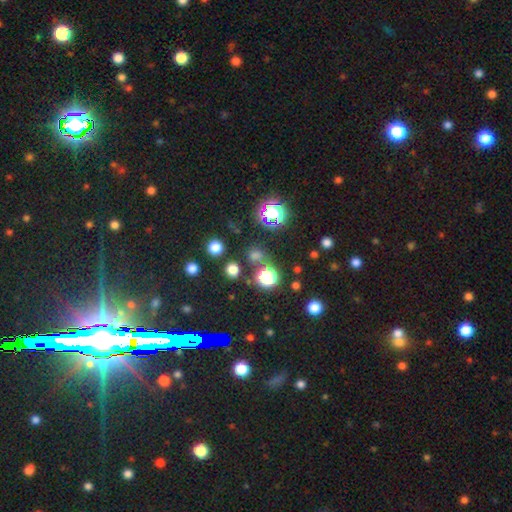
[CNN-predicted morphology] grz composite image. It shows a smooth galaxy with no disk features (51%) that is round (85%). Merging: none (75%).